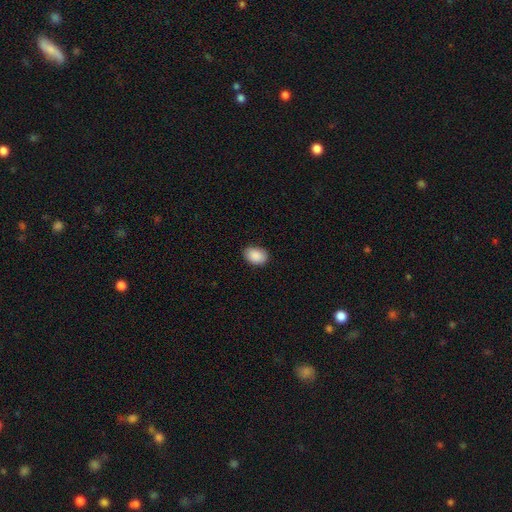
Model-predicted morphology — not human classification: A smooth galaxy with no disk features (90%) that is in between round and cigar-shaped (80%). Merging: none (87%).